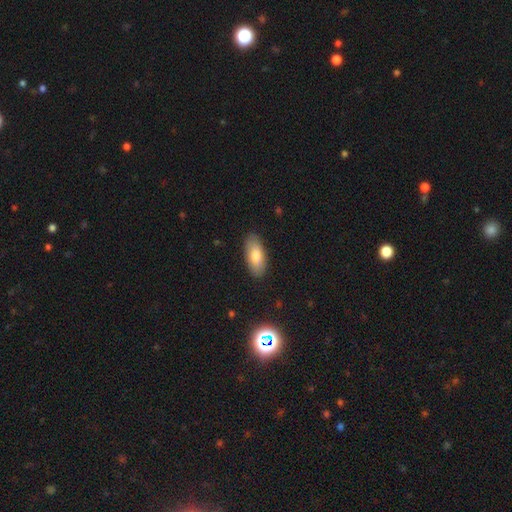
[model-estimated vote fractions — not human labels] Morphology: type=smooth (78%); roundness=in between (85%); merging=none (87%).